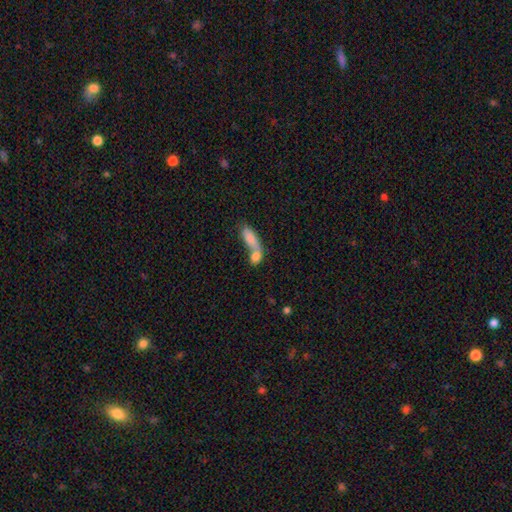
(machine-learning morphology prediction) Smooth or featured? Predicted: smooth (p=0.78). How rounded? Predicted: in between (p=0.62). Merging? Predicted: merger (p=0.69).